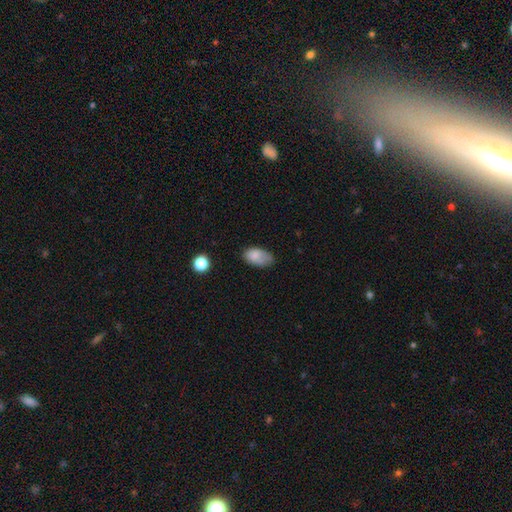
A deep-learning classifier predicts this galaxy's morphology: Q: Smooth or featured?
A: smooth (81%); runner-up: featured or disk (10%)
Q: How rounded?
A: in between (92%); runner-up: round (6%)
Q: Merging?
A: none (52%); runner-up: minor disturbance (35%)